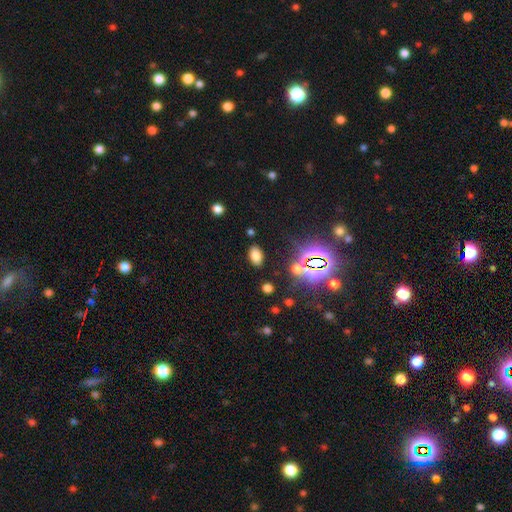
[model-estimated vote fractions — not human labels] smooth_or_featured: smooth (p=0.71) [alt: star or artifact p=0.21]
how_rounded: in between (p=0.91) [alt: round p=0.07]
merging: none (p=0.86) [alt: minor disturbance p=0.09]